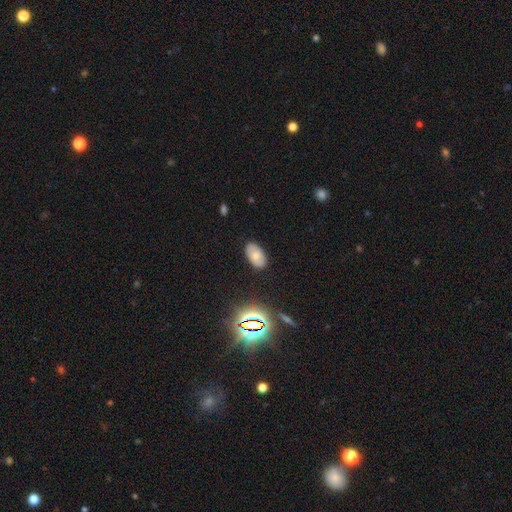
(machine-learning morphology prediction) A smooth galaxy with no disk features (68%) that is in between round and cigar-shaped (94%).

Vote fractions:
- Smooth or featured? smooth: 68% / featured or disk: 19% / star or artifact: 13%
- How rounded? in between: 94% / round: 5% / cigar-shaped: 2%
- Merging? none: 85% / minor disturbance: 12% / major disturbance: 3% / merger: 1%